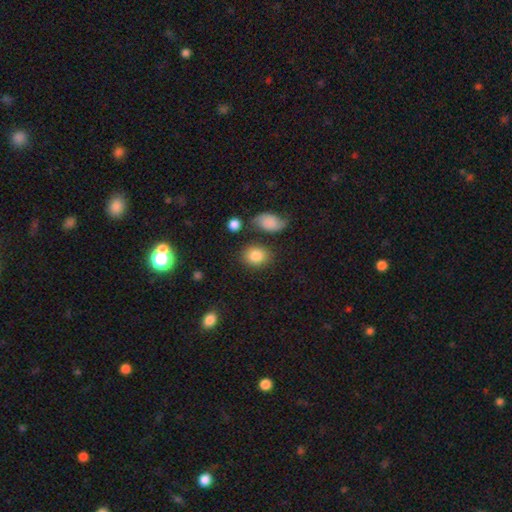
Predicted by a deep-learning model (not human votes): This appears to be a smooth galaxy with no disk features (84%) that is in between round and cigar-shaped (55%). Merging: none (73%).